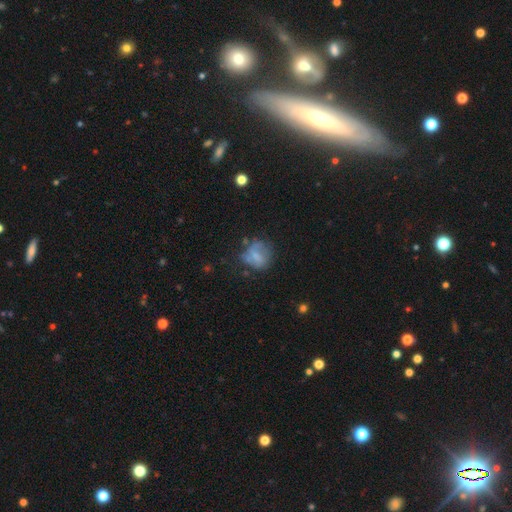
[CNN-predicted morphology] A smooth galaxy with no disk features (56%) that is round (65%). Merging: none (47%).